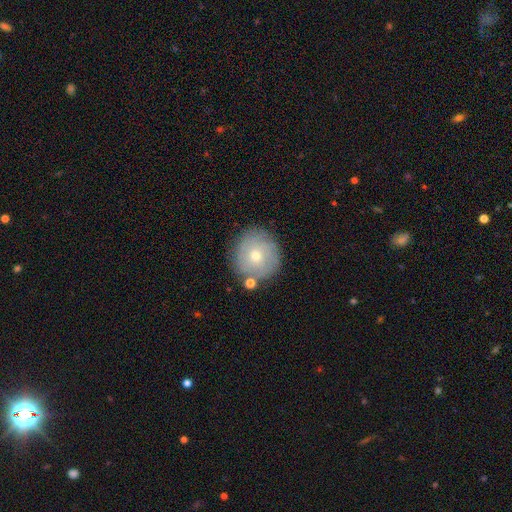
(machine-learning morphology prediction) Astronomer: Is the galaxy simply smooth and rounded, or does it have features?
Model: smooth — 49% (runner-up: featured or disk, 41%).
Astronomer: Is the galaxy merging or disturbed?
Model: none — 79%.